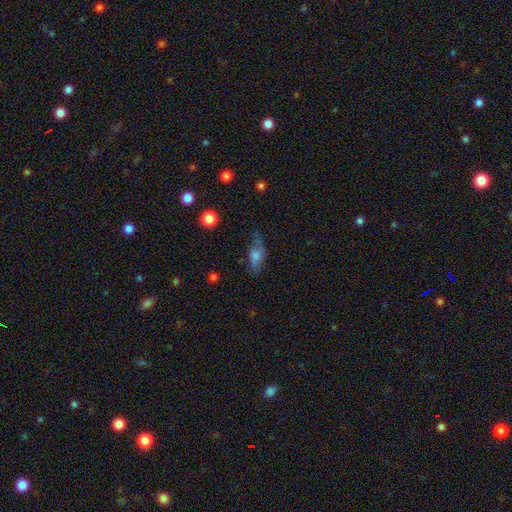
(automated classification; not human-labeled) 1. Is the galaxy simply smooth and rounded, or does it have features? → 57% smooth, 32% featured or disk, 11% star or artifact.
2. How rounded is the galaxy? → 72% in between, 20% cigar-shaped, 8% round.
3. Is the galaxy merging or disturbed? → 68% none, 22% minor disturbance, 8% major disturbance, 2% merger.